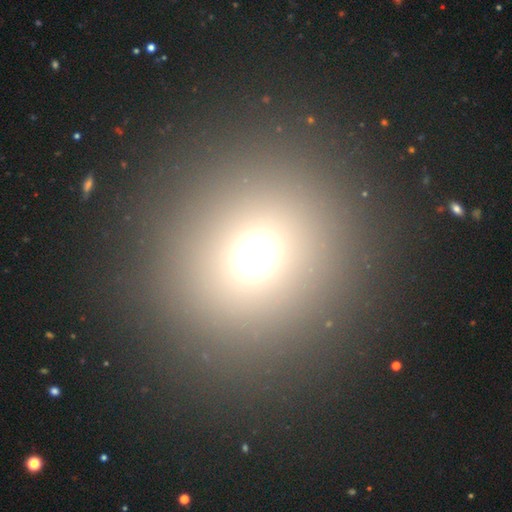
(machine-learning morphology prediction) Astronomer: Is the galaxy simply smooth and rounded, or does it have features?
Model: smooth — 66%.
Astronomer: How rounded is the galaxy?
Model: round — 89%.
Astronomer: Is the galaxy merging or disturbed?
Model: none — 88%.